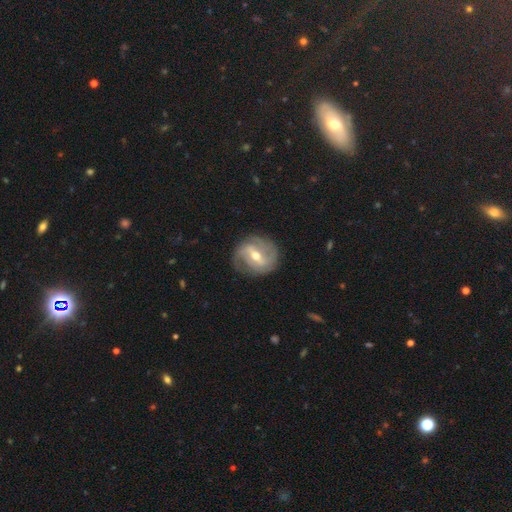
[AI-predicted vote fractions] This is clearly a featured or disk galaxy (81%). It is clearly not viewed edge-on (96%). Bar: marginally strong (45%). Spiral arm pattern: clearly yes (89%). Spiral arm count: possibly 2 (59%). Spiral winding: marginally medium (42%). Central bulge: likely moderate (68%). Merging: likely none (80%).